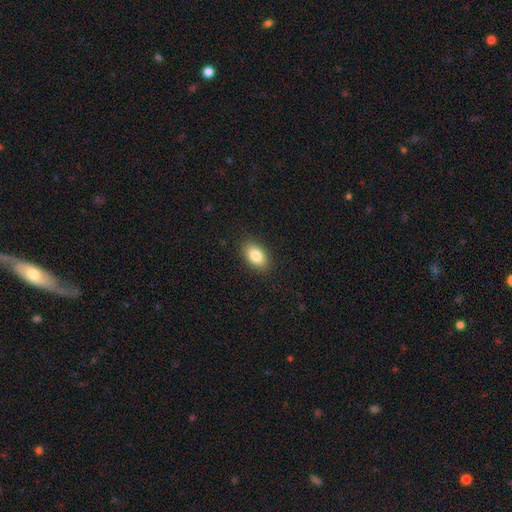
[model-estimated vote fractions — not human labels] The model was most divided on "smooth or featured": smooth: 84%, featured or disk: 8%, star or artifact: 8%. More confident: how rounded — in between (91%); merging — none (88%).